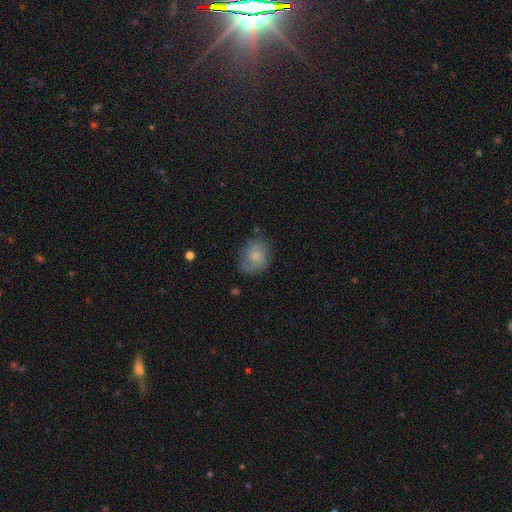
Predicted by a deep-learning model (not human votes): smooth_or_featured: smooth (p=0.60) [alt: featured or disk p=0.32]
how_rounded: round (p=0.54) [alt: in between p=0.45]
merging: none (p=0.62) [alt: minor disturbance p=0.25]